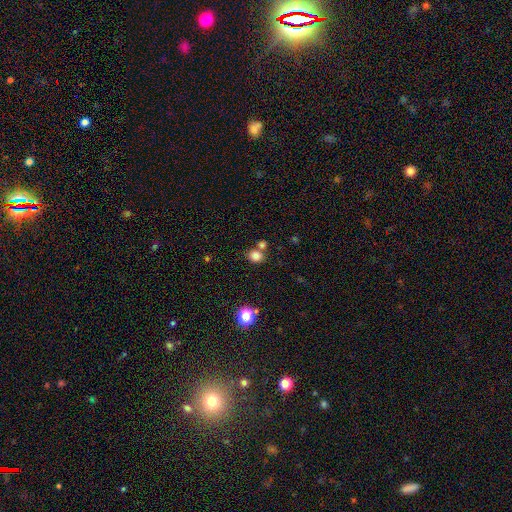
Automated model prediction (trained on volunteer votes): Smooth or featured?
  - smooth: 81% *
  - star or artifact: 14%
  - featured or disk: 5%
How rounded?
  - round: 67% *
  - in between: 32%
  - cigar-shaped: 1%
Merging?
  - none: 63% *
  - merger: 24%
  - minor disturbance: 10%
  - major disturbance: 4%